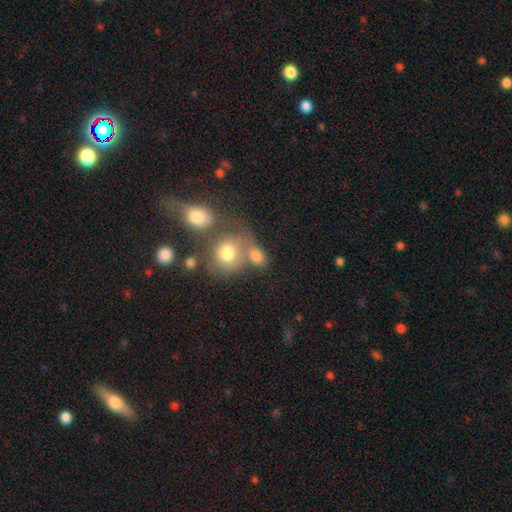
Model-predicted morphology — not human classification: A smooth galaxy with no disk features (76%) that is round (49%, tied with in between). Merging: none (43%).